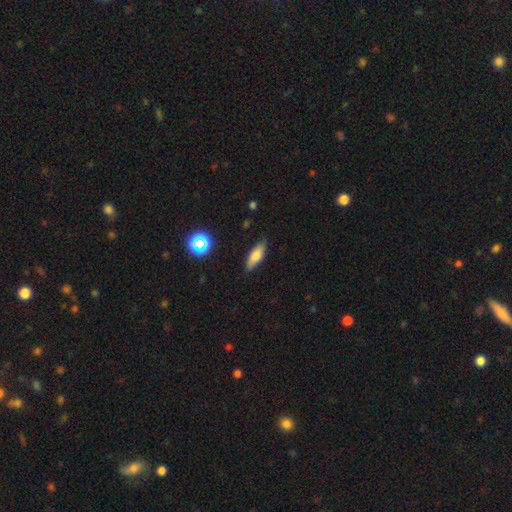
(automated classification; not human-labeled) smooth 73%, featured or disk 18%, star or artifact 9%. Down the decision tree: how rounded — in between (64%); merging — none (82%).